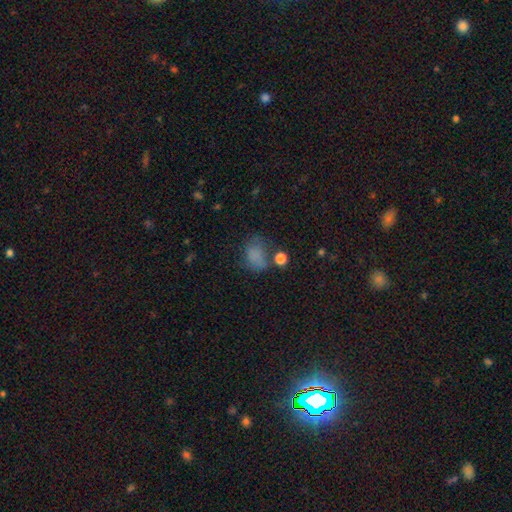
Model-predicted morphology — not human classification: Overall: smooth (73%). How rounded: in between (67%; round 32%). Merging: none (43%; minor disturbance 25%).